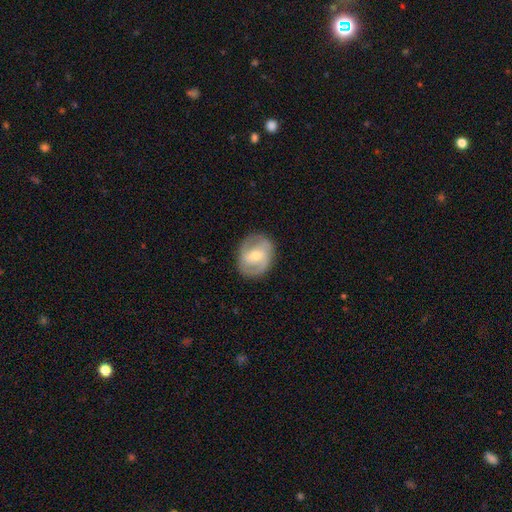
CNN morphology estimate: Smooth or featured? featured or disk (67%)
Edge-on disk? no (97%)
Bar? weak (46%)
Spiral arms? yes (81%)
Spiral winding? medium (46%)
Spiral arm count? 2 (73%)
Bulge size? moderate (62%)
Merging? none (81%)